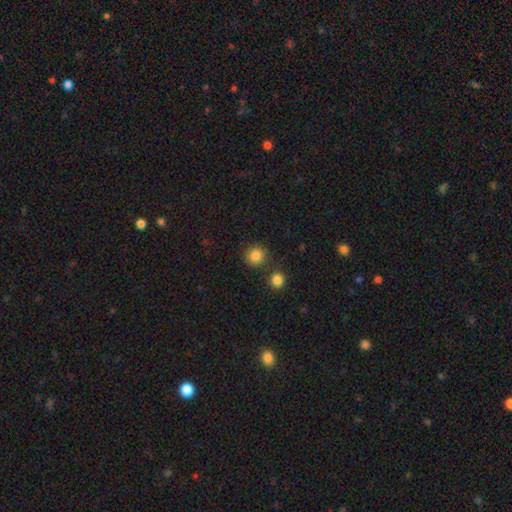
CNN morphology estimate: Q: Smooth or featured?
A: smooth (85%); runner-up: star or artifact (11%)
Q: How rounded?
A: round (92%); runner-up: in between (7%)
Q: Merging?
A: none (84%); runner-up: minor disturbance (7%)